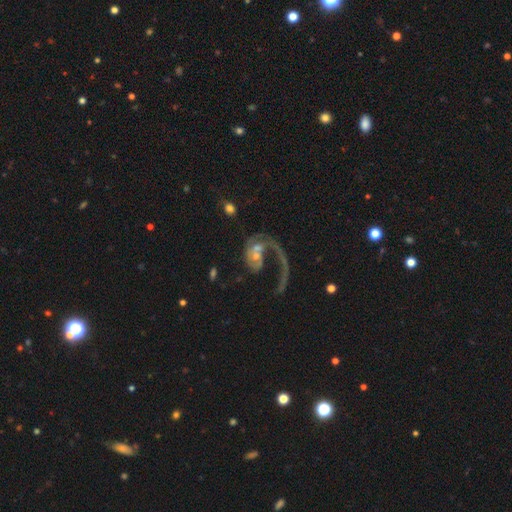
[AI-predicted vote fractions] Overall: featured or disk (77%). Edge-on disk: no (97%). Bar: no (68%). Spiral arms: yes (82%). Spiral arm count: 1 (76%). Spiral winding: loose (62%; medium 26%). Bulge size: small (53%; moderate 30%). Merging: major disturbance (35%; merger 33%).